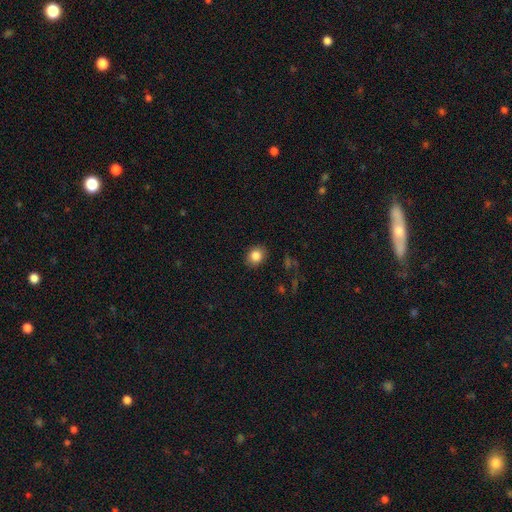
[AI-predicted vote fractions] Smooth or featured: smooth — 84% (star or artifact — 10%)
How rounded: round — 52% (in between — 47%)
Merging: none — 87% (minor disturbance — 9%)